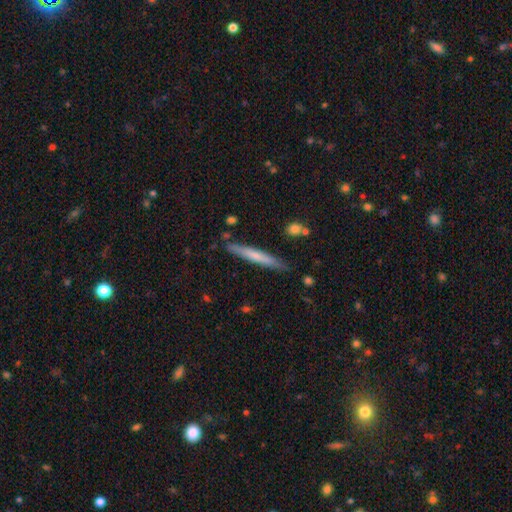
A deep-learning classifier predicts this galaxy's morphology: smooth-or-featured: smooth: 59% | featured or disk: 36% | star or artifact: 6%
  how-rounded: cigar-shaped: 96% | in between: 3% | round: 1%
  merging: none: 86% | minor disturbance: 10% | merger: 2% | major disturbance: 2%